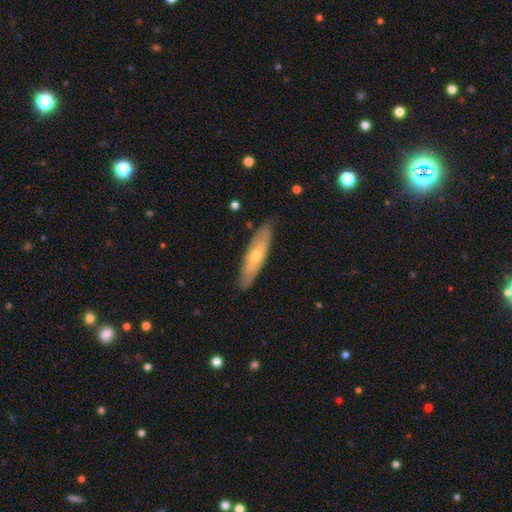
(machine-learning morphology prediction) smooth 48%, featured or disk 46%, star or artifact 6%. Down the decision tree: merging — none (85%).